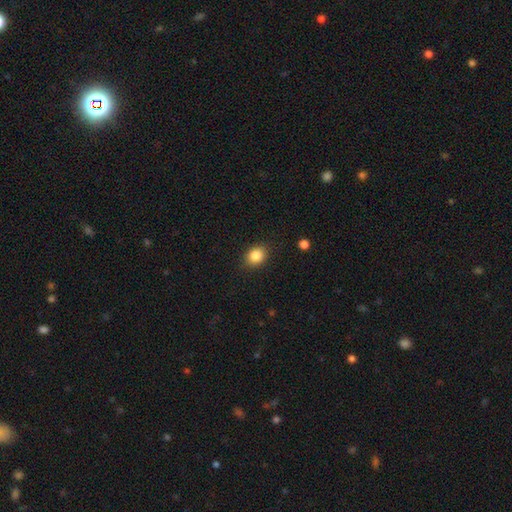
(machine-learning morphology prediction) smooth 85%, star or artifact 10%, featured or disk 5%. Down the decision tree: how rounded — round (51%); merging — none (86%).